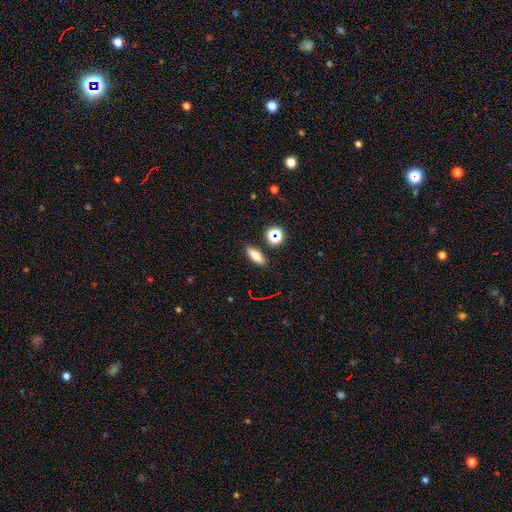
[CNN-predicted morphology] Smooth or featured?
  - smooth: 77% *
  - star or artifact: 13%
  - featured or disk: 11%
How rounded?
  - in between: 61% *
  - cigar-shaped: 33%
  - round: 6%
Merging?
  - none: 86% *
  - minor disturbance: 8%
  - merger: 3%
  - major disturbance: 2%